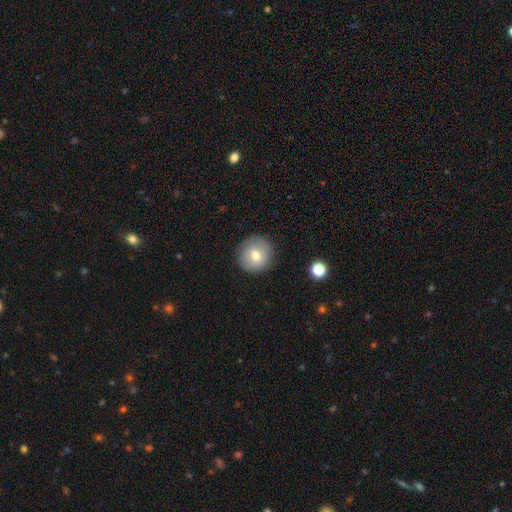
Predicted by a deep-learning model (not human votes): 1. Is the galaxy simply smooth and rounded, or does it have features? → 72% smooth, 19% featured or disk, 9% star or artifact.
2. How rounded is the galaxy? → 91% round, 8% in between, 1% cigar-shaped.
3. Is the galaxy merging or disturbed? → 87% none, 9% minor disturbance, 3% major disturbance, 1% merger.